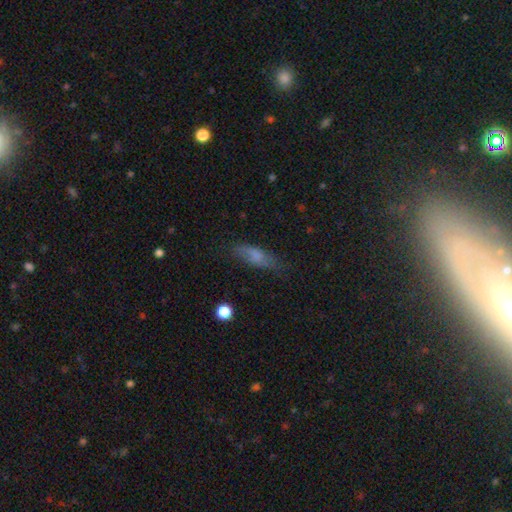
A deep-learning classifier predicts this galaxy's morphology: smooth_or_featured: smooth (p=0.67) [alt: featured or disk p=0.23]
how_rounded: in between (p=0.57) [alt: cigar-shaped p=0.40]
merging: none (p=0.66) [alt: minor disturbance p=0.23]